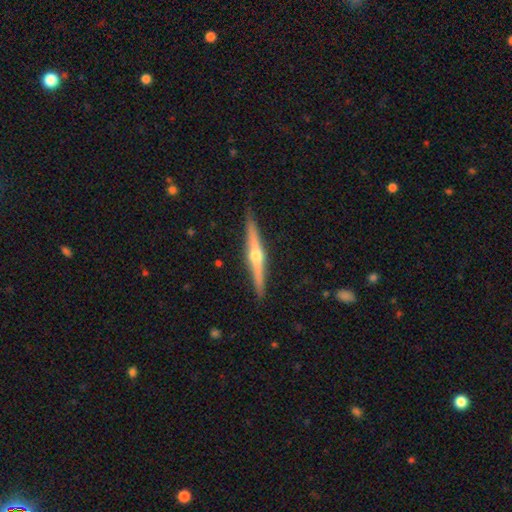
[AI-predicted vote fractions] This appears to be a featured or disk galaxy (75%) viewed edge-on (98%) with a rounded central bulge (93%). Merging: none (90%).